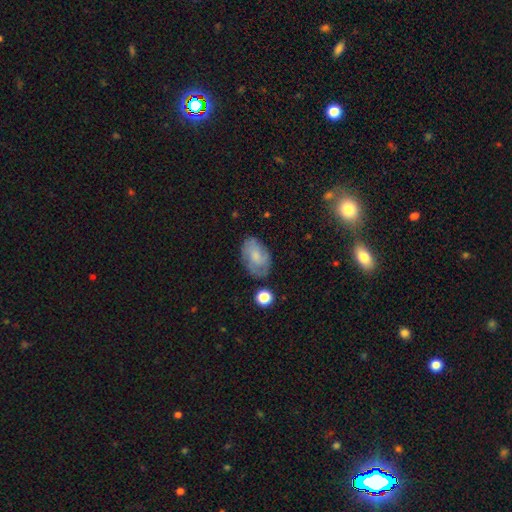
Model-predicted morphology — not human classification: Q: Smooth or featured?
A: smooth (55%); runner-up: featured or disk (37%)
Q: How rounded?
A: in between (88%); runner-up: round (11%)
Q: Merging?
A: none (66%); runner-up: minor disturbance (23%)